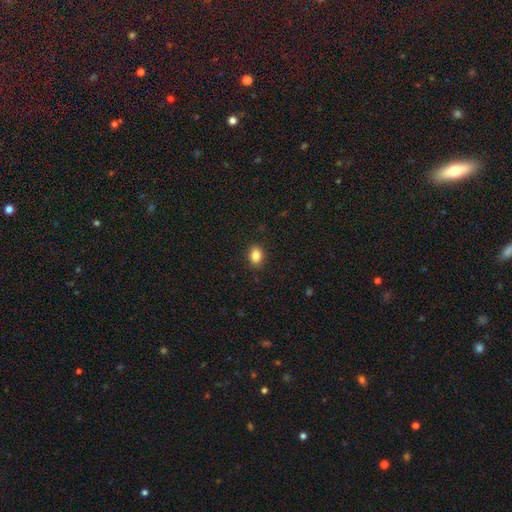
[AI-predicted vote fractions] Smooth or featured?
  - smooth: 85% *
  - star or artifact: 10%
  - featured or disk: 5%
How rounded?
  - in between: 68% *
  - round: 30%
  - cigar-shaped: 1%
Merging?
  - none: 90% *
  - minor disturbance: 7%
  - major disturbance: 2%
  - merger: 1%